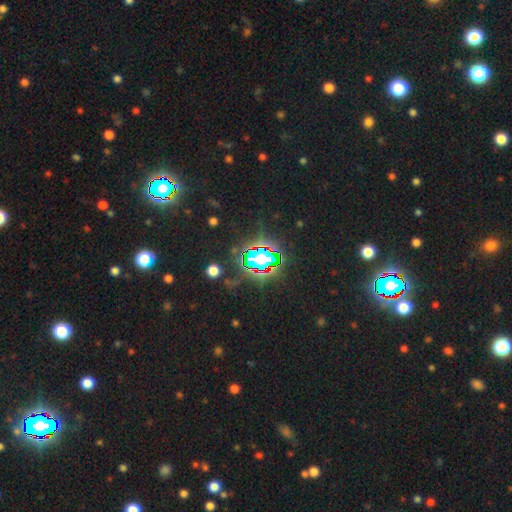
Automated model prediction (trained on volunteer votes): Morphology: type=star or artifact (82%).